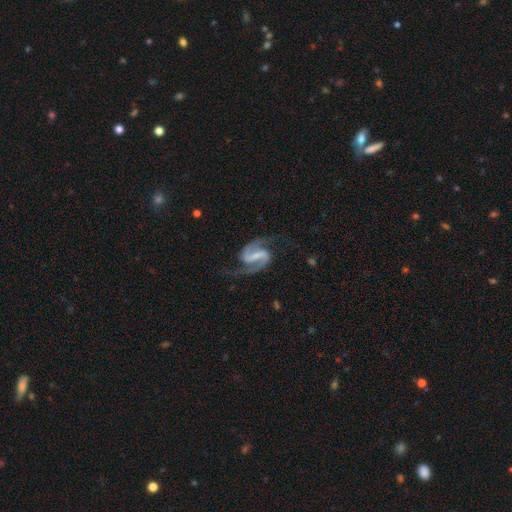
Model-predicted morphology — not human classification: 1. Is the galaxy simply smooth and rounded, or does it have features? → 93% featured or disk, 4% star or artifact, 3% smooth.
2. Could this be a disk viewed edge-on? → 98% no, 2% yes.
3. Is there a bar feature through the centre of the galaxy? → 56% strong, 35% weak, 9% no.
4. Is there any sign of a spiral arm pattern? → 98% yes, 2% no.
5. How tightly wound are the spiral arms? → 58% medium, 28% loose, 13% tight.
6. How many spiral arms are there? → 94% 2, 1% can't tell, 1% 1, 1% 3, 1% 4, 1% more than 4.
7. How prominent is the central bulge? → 42% small, 31% none, 23% moderate, 3% large, 1% dominant.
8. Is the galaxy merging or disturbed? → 76% none, 14% minor disturbance, 8% major disturbance, 2% merger.